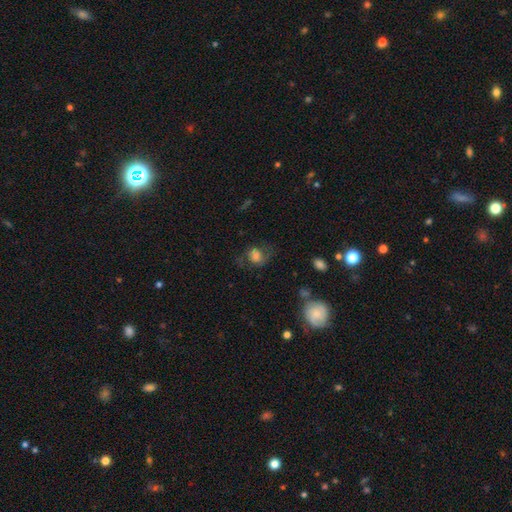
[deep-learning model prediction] Morphology: type=smooth (59%); roundness=round (53%); merging=none (50%).